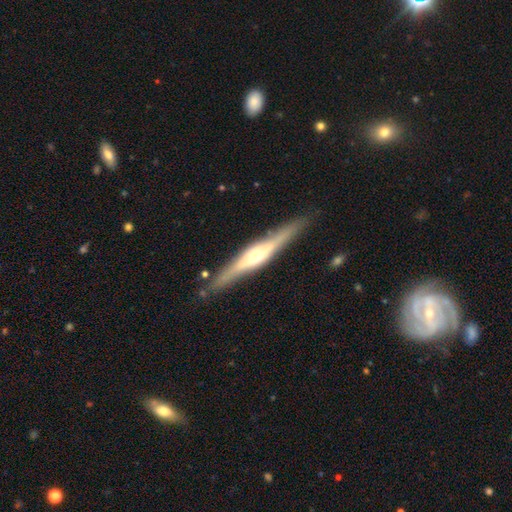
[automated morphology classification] smooth-or-featured: featured or disk: 76% | smooth: 19% | star or artifact: 5%
  disk-edge-on: yes: 95% | no: 5%
    edge-on-bulge: rounded: 84% | boxy: 10% | none: 5%
  merging: none: 87% | minor disturbance: 10% | major disturbance: 2% | merger: 2%